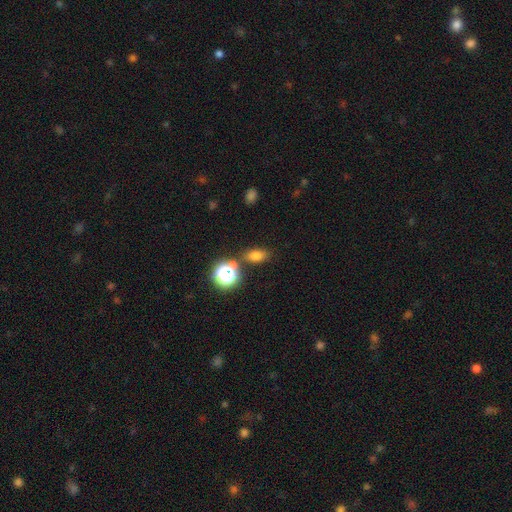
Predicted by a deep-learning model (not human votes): smooth_or_featured: smooth (p=0.72) [alt: star or artifact p=0.20]
how_rounded: in between (p=0.76) [alt: round p=0.21]
merging: none (p=0.74) [alt: minor disturbance p=0.11]